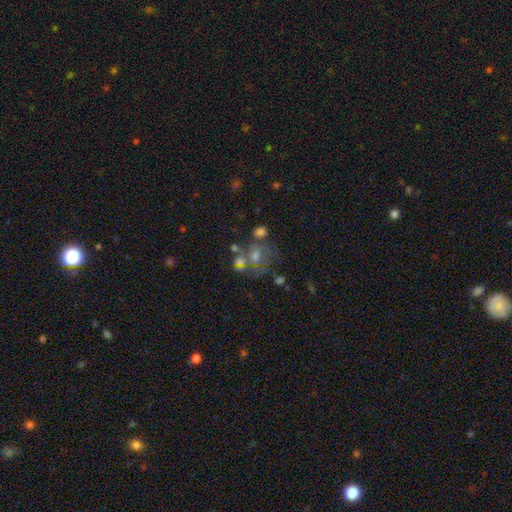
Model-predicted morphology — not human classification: smooth-or-featured: featured or disk: 44% | smooth: 35% | star or artifact: 21%
  merging: none: 39% | merger: 27% | major disturbance: 18% | minor disturbance: 16%